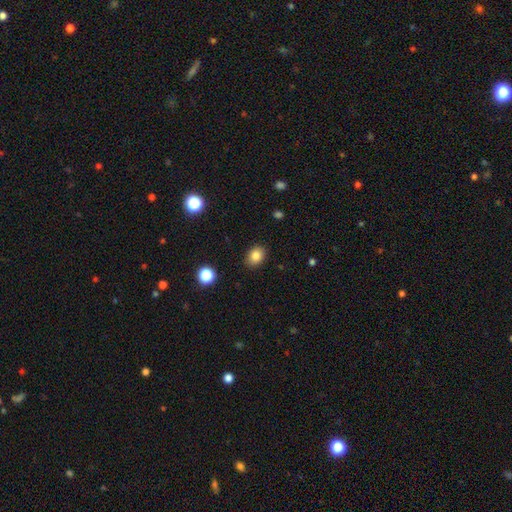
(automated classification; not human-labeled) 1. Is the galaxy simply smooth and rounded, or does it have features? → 83% smooth, 11% star or artifact, 6% featured or disk.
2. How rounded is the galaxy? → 55% in between, 44% round, 1% cigar-shaped.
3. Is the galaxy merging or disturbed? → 88% none, 9% minor disturbance, 2% major disturbance, 1% merger.